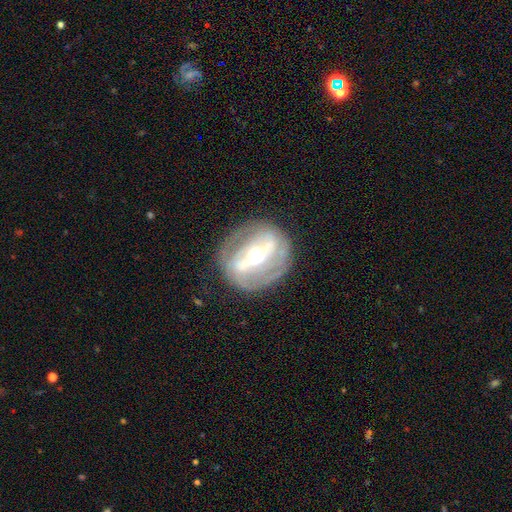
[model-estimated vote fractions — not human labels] Overall: featured or disk (81%). Edge-on disk: no (88%). Bar: strong (72%). Spiral arms: yes (58%; no 42%). Bulge size: moderate (69%). Merging: none (77%).